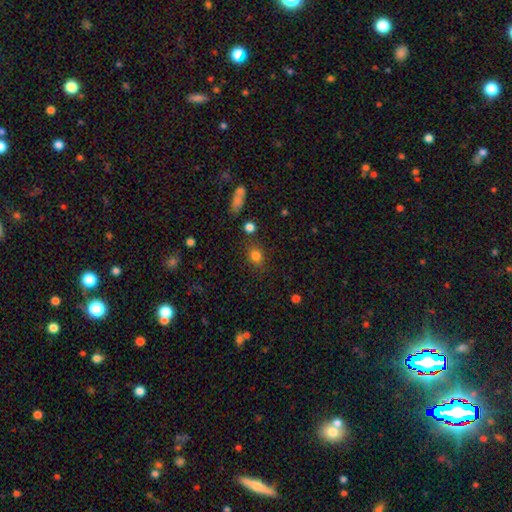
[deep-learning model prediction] smooth_or_featured: smooth (p=0.80) [alt: star or artifact p=0.13]
how_rounded: round (p=0.56) [alt: in between p=0.42]
merging: none (p=0.79) [alt: minor disturbance p=0.12]